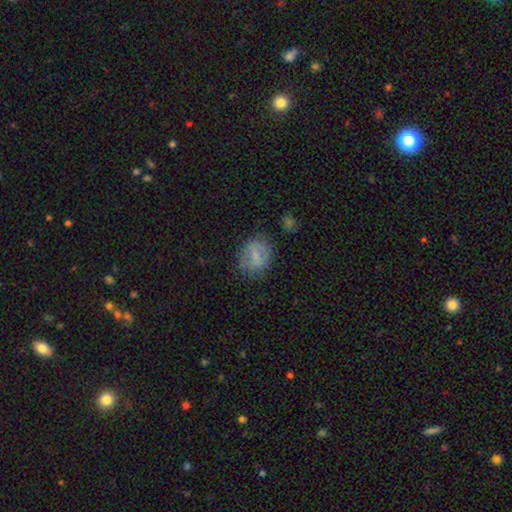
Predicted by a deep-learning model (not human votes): Smooth or featured? Predicted: smooth (p=0.64). How rounded? Predicted: round (p=0.52). Merging? Predicted: none (p=0.71).